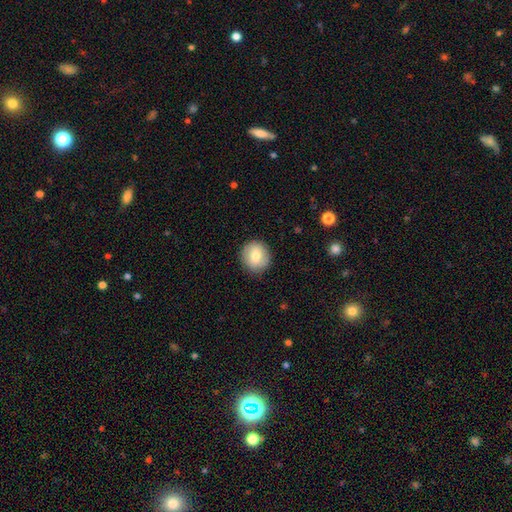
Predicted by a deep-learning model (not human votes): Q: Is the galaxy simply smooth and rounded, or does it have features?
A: smooth — 78%.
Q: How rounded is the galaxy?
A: round — 90%.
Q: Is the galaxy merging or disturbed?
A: none — 88%.